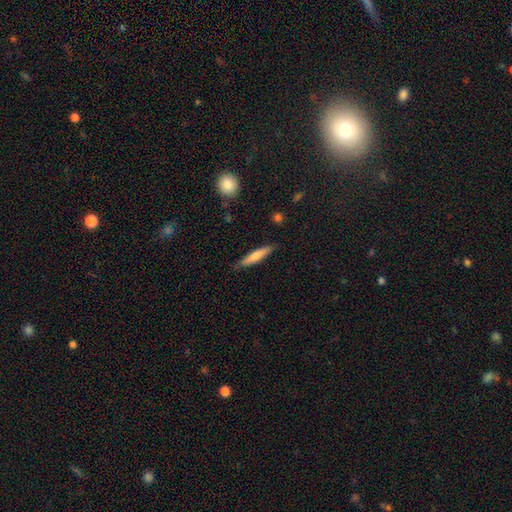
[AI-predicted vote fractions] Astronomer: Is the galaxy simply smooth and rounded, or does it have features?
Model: smooth — 70%.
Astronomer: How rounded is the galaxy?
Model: cigar-shaped — 89%.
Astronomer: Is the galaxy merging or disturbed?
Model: none — 84%.